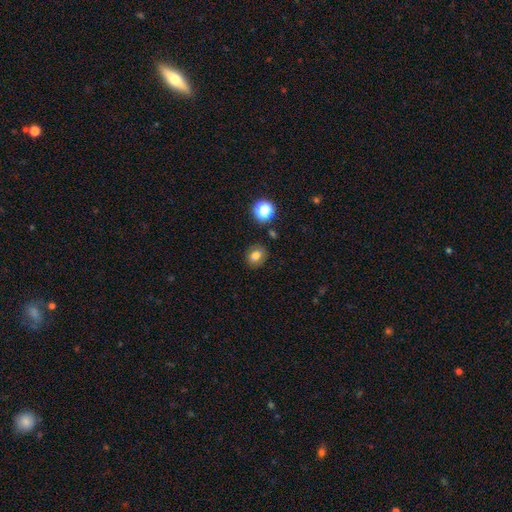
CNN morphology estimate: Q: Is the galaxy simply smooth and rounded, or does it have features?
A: smooth — 75%.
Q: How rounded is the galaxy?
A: round — 55%.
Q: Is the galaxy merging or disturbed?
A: none — 83%.